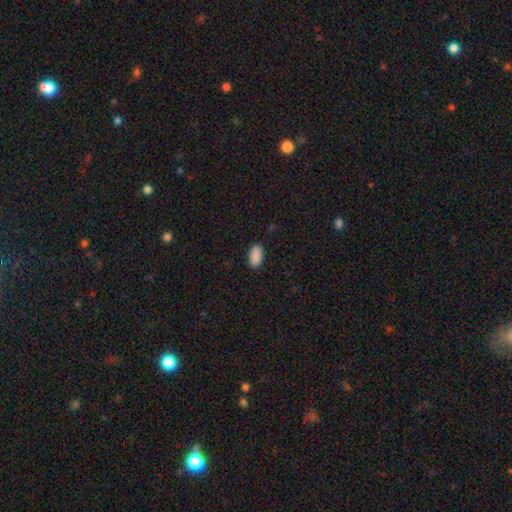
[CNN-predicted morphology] A smooth galaxy with no disk features (90%) that is in between round and cigar-shaped (94%). Merging: none (89%).